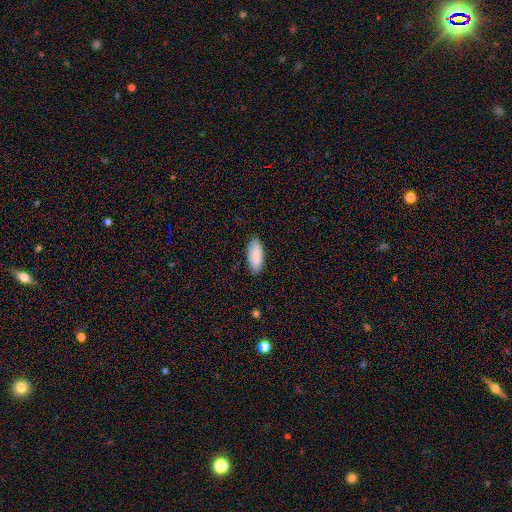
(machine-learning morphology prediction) Smooth or featured: smooth — 90% (star or artifact — 6%)
How rounded: in between — 86% (cigar-shaped — 13%)
Merging: none — 86% (minor disturbance — 11%)